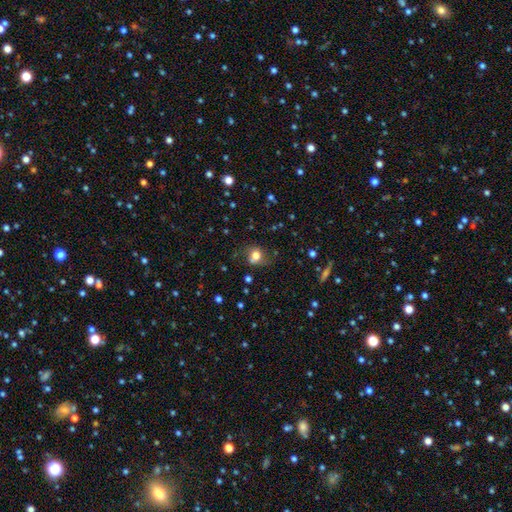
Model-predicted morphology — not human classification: Smooth or featured?
  - smooth: 74% *
  - star or artifact: 13%
  - featured or disk: 12%
How rounded?
  - round: 67% *
  - in between: 32%
  - cigar-shaped: 1%
Merging?
  - none: 67% *
  - minor disturbance: 20%
  - major disturbance: 7%
  - merger: 5%